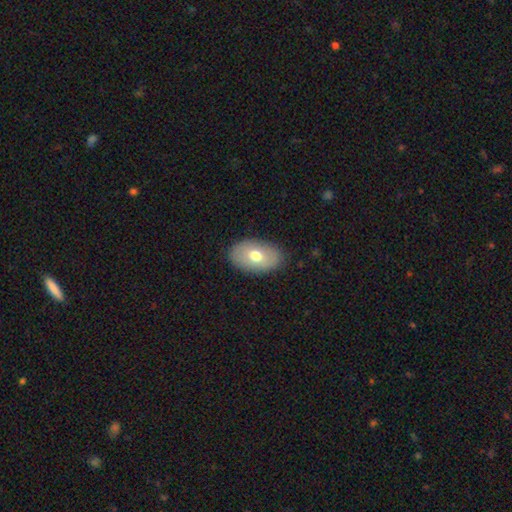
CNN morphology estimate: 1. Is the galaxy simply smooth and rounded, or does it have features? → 68% smooth, 25% featured or disk, 7% star or artifact.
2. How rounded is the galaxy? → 90% in between, 8% round, 1% cigar-shaped.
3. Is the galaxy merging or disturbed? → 86% none, 10% minor disturbance, 3% major disturbance, 1% merger.